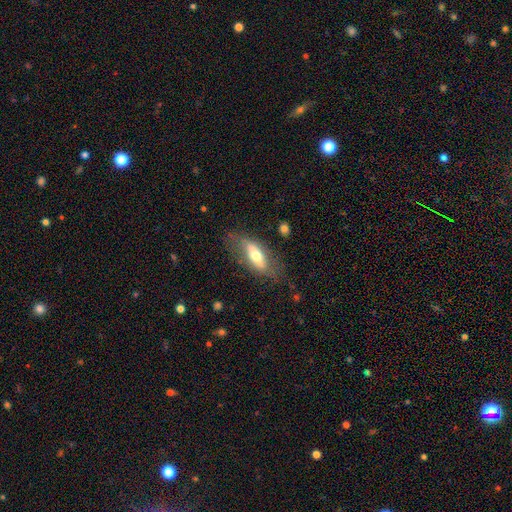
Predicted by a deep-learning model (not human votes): Smooth or featured? Predicted: smooth (p=0.53). How rounded? Predicted: in between (p=0.70). Merging? Predicted: none (p=0.67).